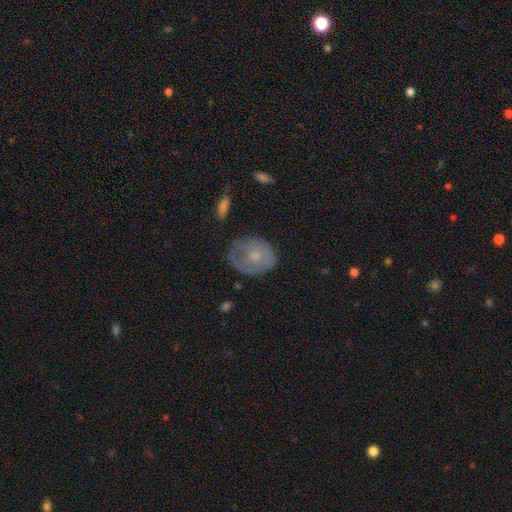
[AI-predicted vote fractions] This is possibly a smooth galaxy (54%). How rounded: possibly round (54%). Merging: possibly none (50%).